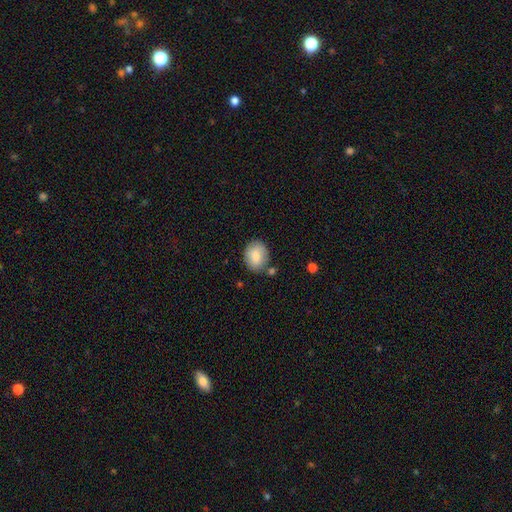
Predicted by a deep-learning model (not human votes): Smooth or featured: smooth — 80% (featured or disk — 13%)
How rounded: in between — 56% (round — 43%)
Merging: none — 75% (minor disturbance — 15%)